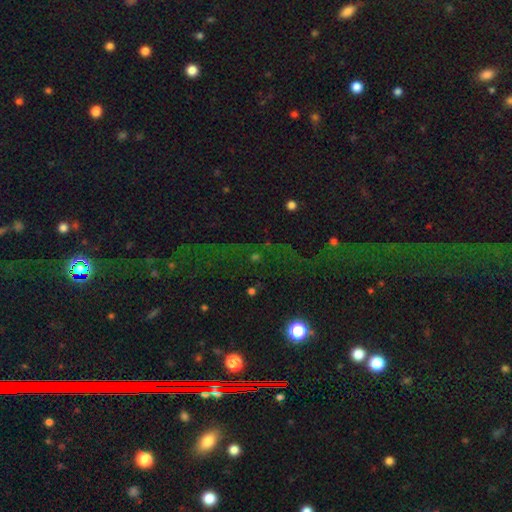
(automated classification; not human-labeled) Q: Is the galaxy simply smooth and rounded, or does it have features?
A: star or artifact — 71%.